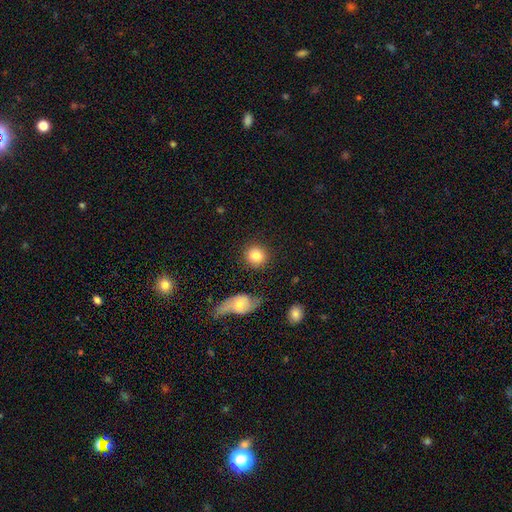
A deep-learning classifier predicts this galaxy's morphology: Overall: smooth (84%). How rounded: round (88%). Merging: none (84%).